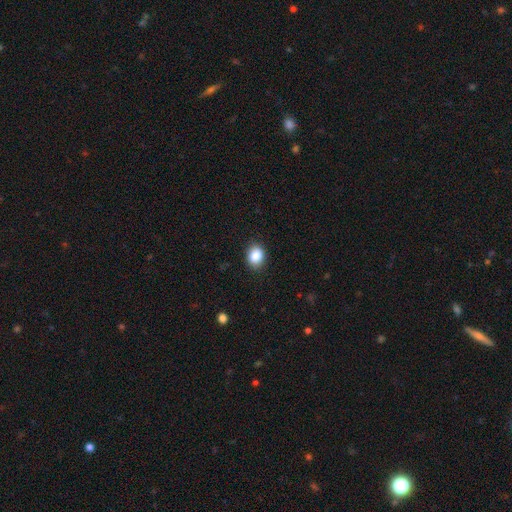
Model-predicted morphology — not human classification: A smooth galaxy with no disk features (87%) that is in between round and cigar-shaped (50%). Merging: none (88%).